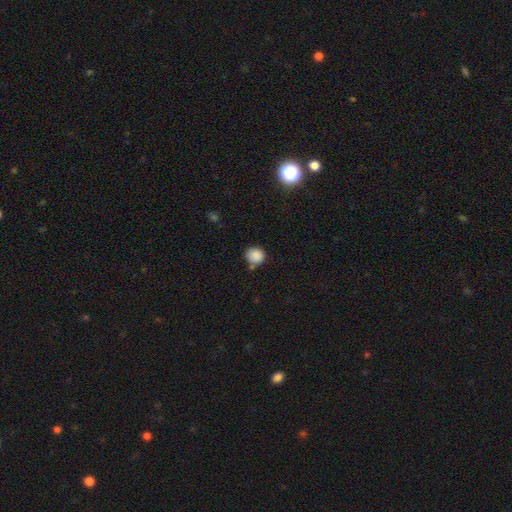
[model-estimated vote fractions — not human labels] A smooth galaxy with no disk features (86%) that is round (84%).

Vote fractions:
- Smooth or featured? smooth: 86% / star or artifact: 10% / featured or disk: 4%
- How rounded? round: 84% / in between: 15% / cigar-shaped: 1%
- Merging? none: 73% / minor disturbance: 15% / merger: 8% / major disturbance: 4%